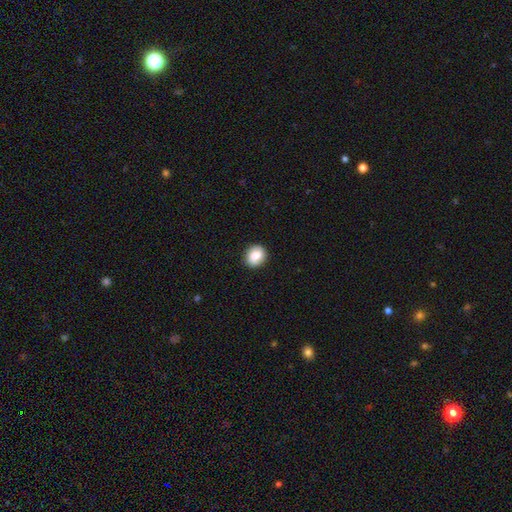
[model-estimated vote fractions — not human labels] A smooth galaxy with no disk features (79%) that is round (70%). Merging: none (89%).